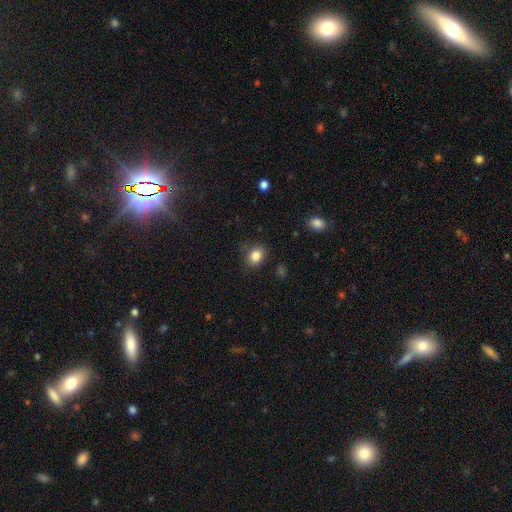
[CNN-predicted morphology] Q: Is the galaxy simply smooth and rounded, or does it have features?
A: smooth — 85%.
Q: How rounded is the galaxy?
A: in between — 53%.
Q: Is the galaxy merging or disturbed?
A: none — 82%.